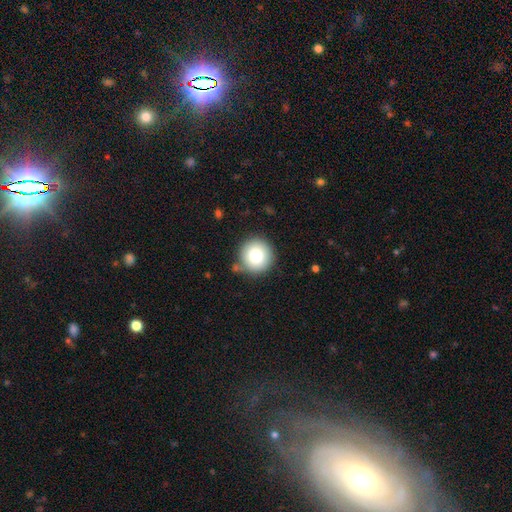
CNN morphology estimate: type=smooth (81%); roundness=round (95%); merging=none (82%).